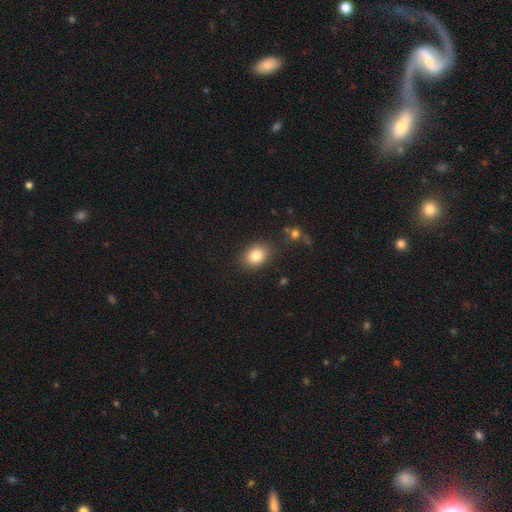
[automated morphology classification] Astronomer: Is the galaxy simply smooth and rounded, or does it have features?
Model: smooth — 83%.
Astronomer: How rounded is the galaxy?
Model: in between — 52% (runner-up: round, 47%).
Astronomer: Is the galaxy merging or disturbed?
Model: none — 83%.